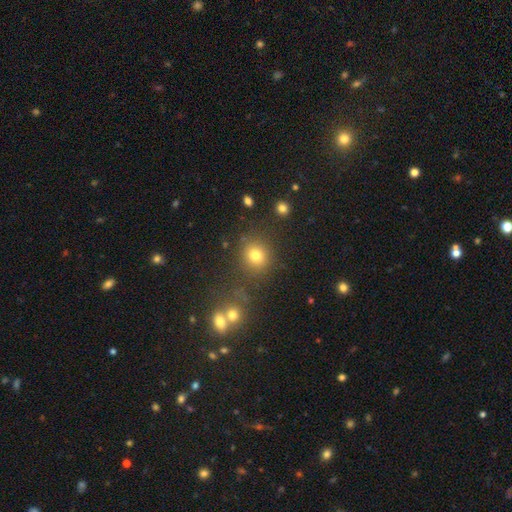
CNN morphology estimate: A smooth galaxy with no disk features (77%) that is round (83%). Merging: none (79%).